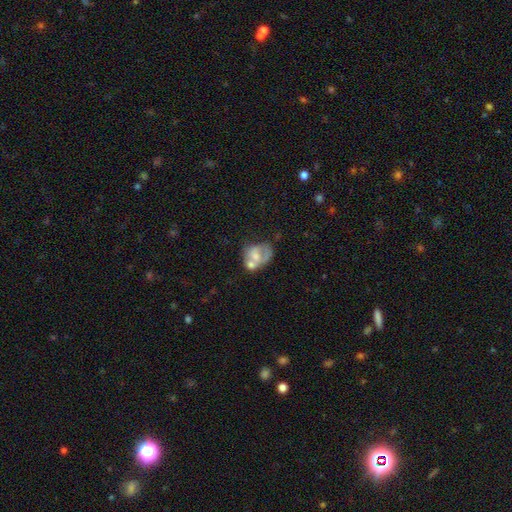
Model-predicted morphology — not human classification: A smooth galaxy with no disk features (50%) that is in between round and cigar-shaped (63%).

Vote fractions:
- Smooth or featured? smooth: 50% / featured or disk: 41% / star or artifact: 8%
- How rounded? in between: 63% / round: 35% / cigar-shaped: 1%
- Merging? merger: 47% / none: 21% / major disturbance: 16% / minor disturbance: 16%